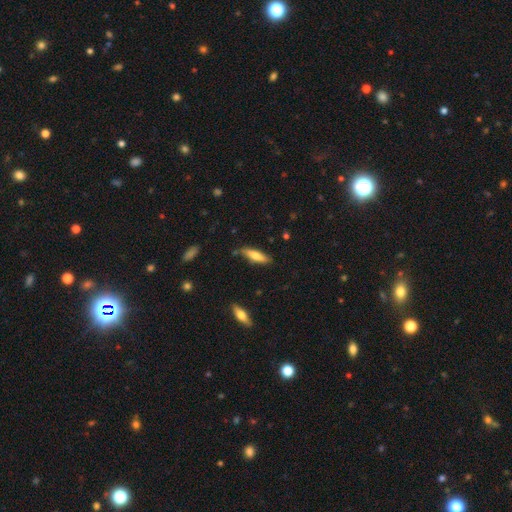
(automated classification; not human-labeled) Smooth or featured? Predicted: smooth (p=0.67). How rounded? Predicted: cigar-shaped (p=0.63). Merging? Predicted: none (p=0.78).